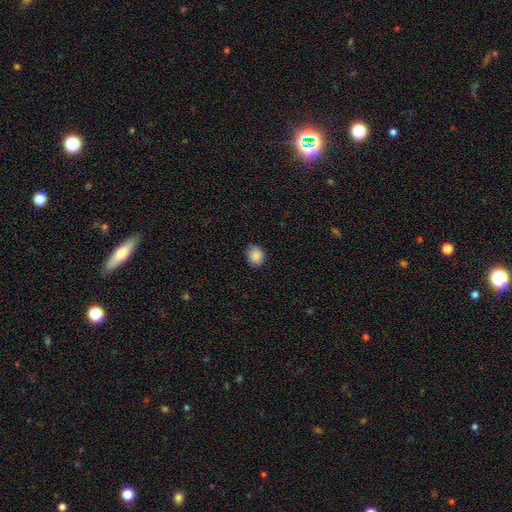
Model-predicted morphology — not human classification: Smooth or featured? smooth (88%)
How rounded? round (62%)
Merging? none (83%)